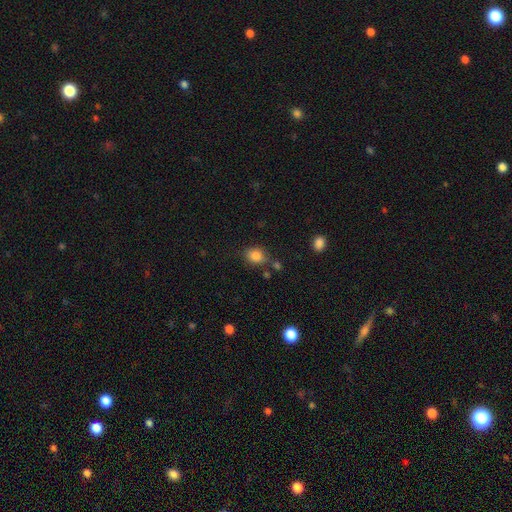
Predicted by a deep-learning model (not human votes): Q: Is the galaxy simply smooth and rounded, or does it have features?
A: smooth — 84%.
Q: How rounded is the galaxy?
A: round — 59%.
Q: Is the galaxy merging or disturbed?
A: none — 72%.